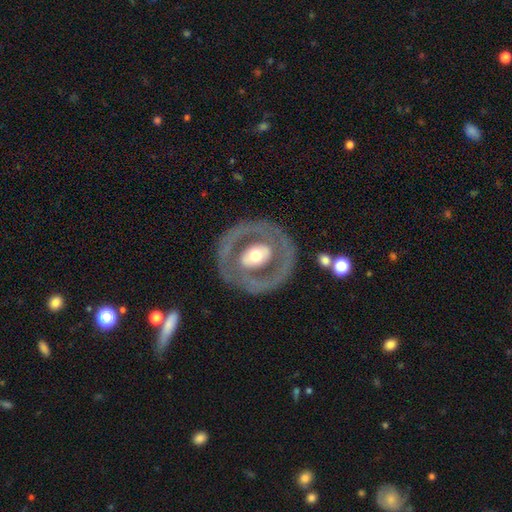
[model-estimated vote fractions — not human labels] This is likely a featured or disk galaxy (69%). It is clearly not viewed edge-on (94%). Bar: possibly no (55%). Spiral arm pattern: likely no (76%). Central bulge: likely moderate (67%). Merging: clearly none (80%).